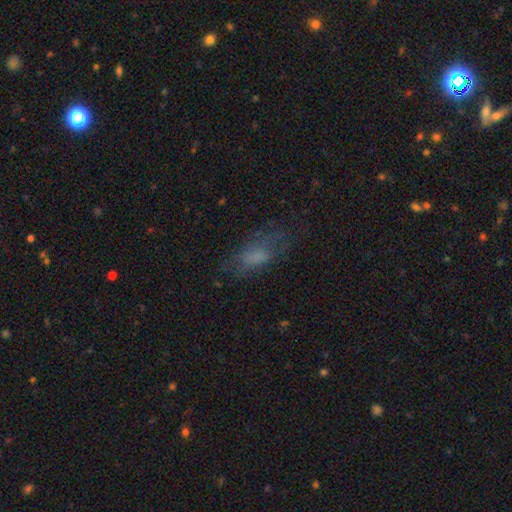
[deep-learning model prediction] A smooth galaxy with no disk features (60%) that is in between round and cigar-shaped (77%).

Vote fractions:
- Smooth or featured? smooth: 60% / featured or disk: 27% / star or artifact: 13%
- How rounded? in between: 77% / cigar-shaped: 19% / round: 4%
- Merging? none: 59% / minor disturbance: 22% / major disturbance: 17% / merger: 2%